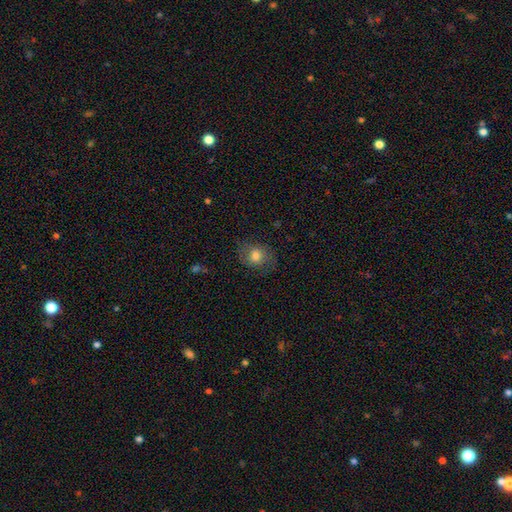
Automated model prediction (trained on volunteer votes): Smooth or featured? smooth (75%)
How rounded? round (60%)
Merging? none (73%)